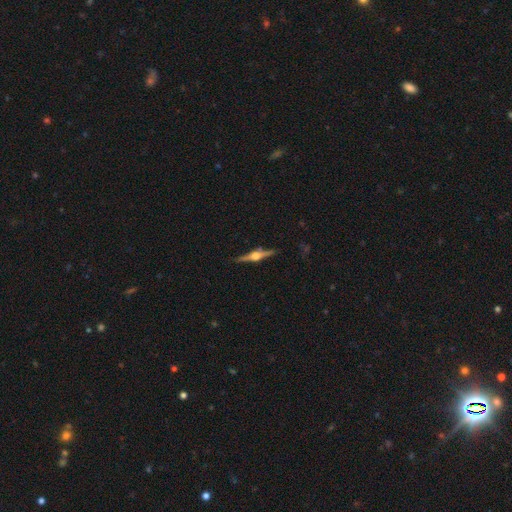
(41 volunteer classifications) Overall: featured or disk (80%). Edge-on disk: yes (97%). Edge-on bulge: rounded (97%). Merging: none (78%).